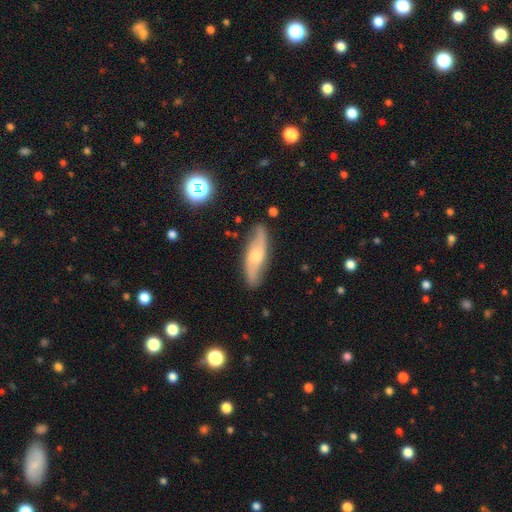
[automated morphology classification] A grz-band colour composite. It shows a featured or disk galaxy (66%). Merging: none (82%).